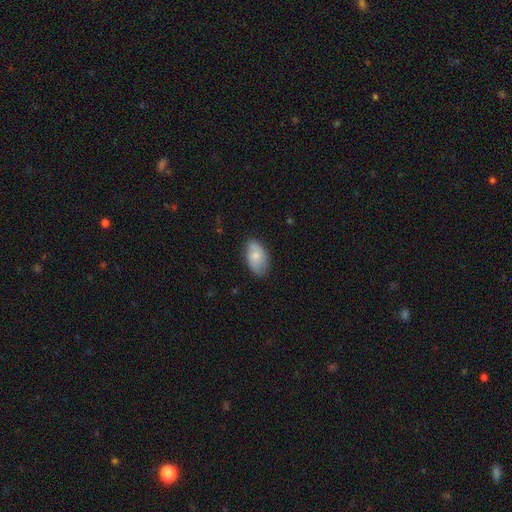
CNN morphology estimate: A smooth galaxy with no disk features (73%) that is in between round and cigar-shaped (93%). Merging: none (77%).